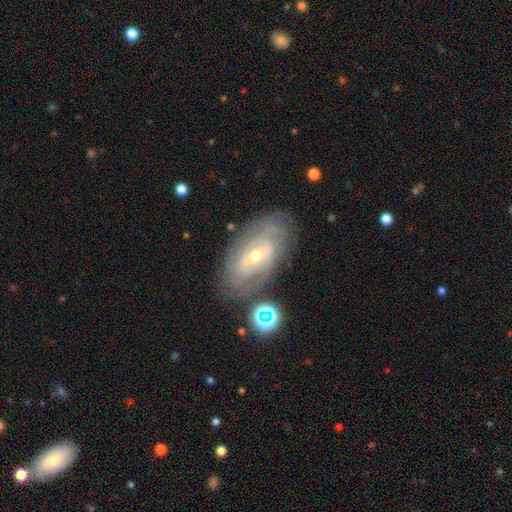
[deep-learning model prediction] Overall: featured or disk (84%). Edge-on disk: no (94%). Bar: weak (45%; no 33%). Spiral arms: yes (90%). Spiral arm count: can't tell (43%; 2 26%). Spiral winding: tight (71%). Bulge size: moderate (49%; small 48%). Merging: none (75%).